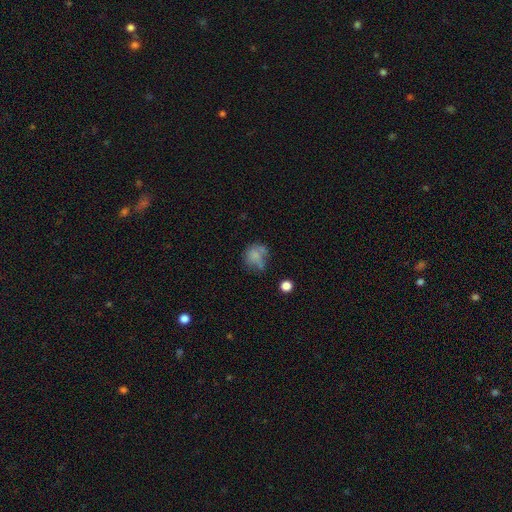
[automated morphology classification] A smooth galaxy with no disk features (64%) that is round (66%). Merging: none (40%).